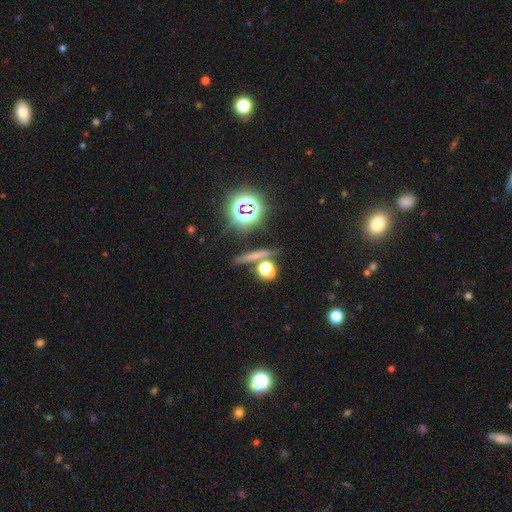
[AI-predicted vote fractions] Smooth or featured?
  - smooth: 46% *
  - star or artifact: 35%
  - featured or disk: 19%
Merging?
  - none: 75% *
  - merger: 10%
  - minor disturbance: 10%
  - major disturbance: 5%